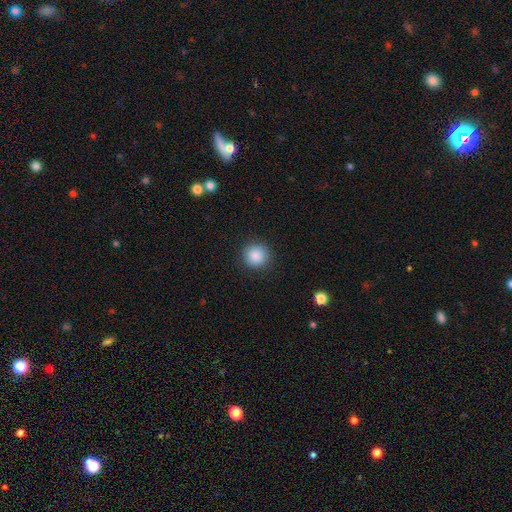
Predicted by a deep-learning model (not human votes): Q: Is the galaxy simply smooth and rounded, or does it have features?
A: smooth — 88%.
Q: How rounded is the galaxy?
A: round — 93%.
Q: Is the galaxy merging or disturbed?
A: none — 90%.